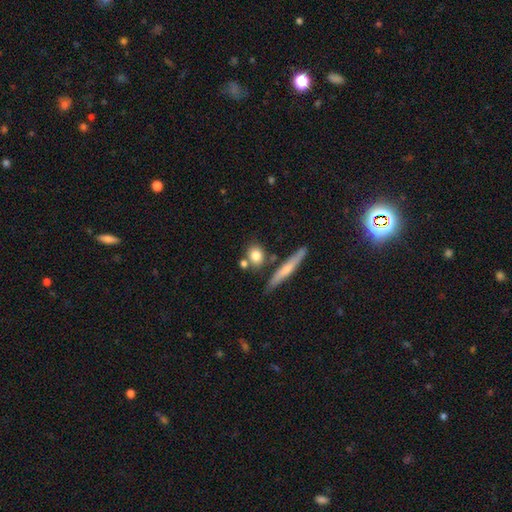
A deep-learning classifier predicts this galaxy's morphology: Smooth or featured?
  - smooth: 77% *
  - featured or disk: 15%
  - star or artifact: 8%
How rounded?
  - round: 53% *
  - in between: 33%
  - cigar-shaped: 14%
Merging?
  - none: 66% *
  - merger: 18%
  - minor disturbance: 12%
  - major disturbance: 4%